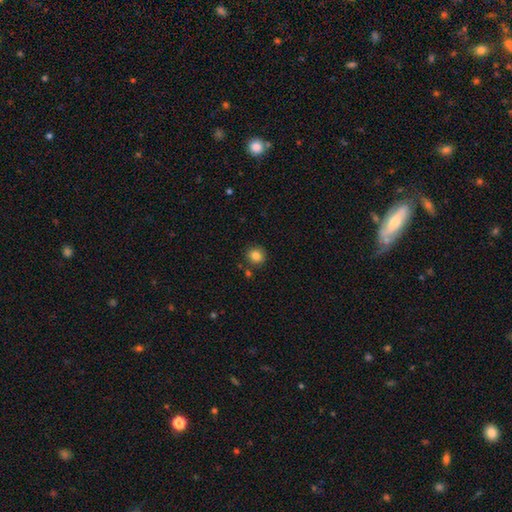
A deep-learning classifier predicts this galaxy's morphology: smooth 83%, star or artifact 10%, featured or disk 6%. Down the decision tree: how rounded — round (91%); merging — none (85%).